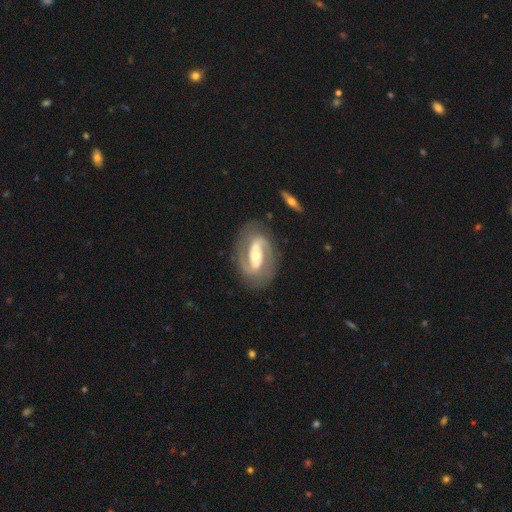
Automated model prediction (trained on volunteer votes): A featured or disk galaxy (86%) with a strong bar (54%), 2 (89%) medium (50%) spiral arms (91%) and a moderate central bulge (65%). Merging: none (81%).